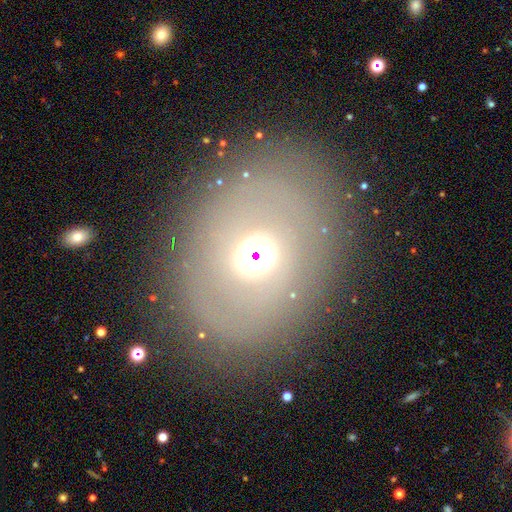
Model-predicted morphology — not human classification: This is possibly a smooth galaxy (47%). Merging: likely none (78%).